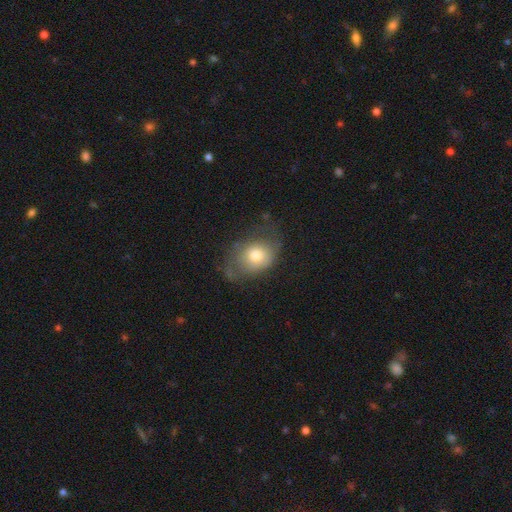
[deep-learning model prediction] smooth-or-featured: smooth: 68% | featured or disk: 23% | star or artifact: 9%
  how-rounded: in between: 62% | round: 36% | cigar-shaped: 1%
  merging: none: 45% | minor disturbance: 30% | major disturbance: 22% | merger: 2%